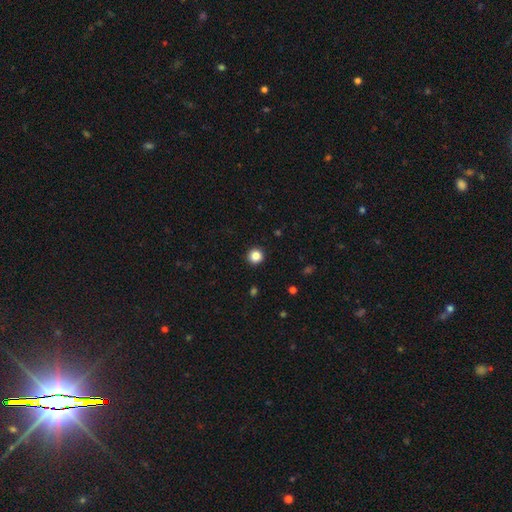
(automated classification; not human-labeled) Overall: smooth (85%). How rounded: round (95%). Merging: none (93%).